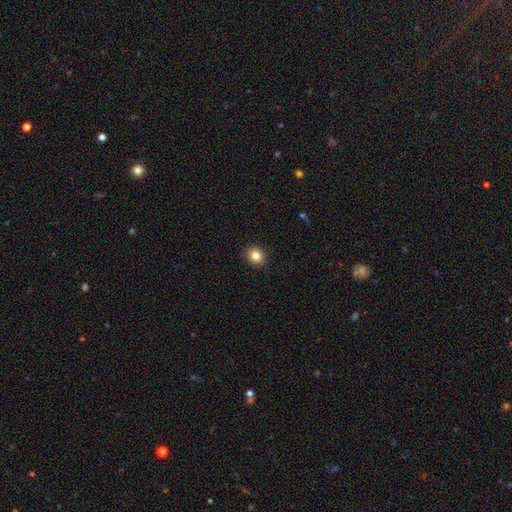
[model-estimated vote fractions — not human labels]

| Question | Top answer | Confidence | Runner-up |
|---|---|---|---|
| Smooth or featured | smooth | 83% | star or artifact (11%) |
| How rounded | round | 84% | in between (15%) |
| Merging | none | 92% | minor disturbance (6%) |